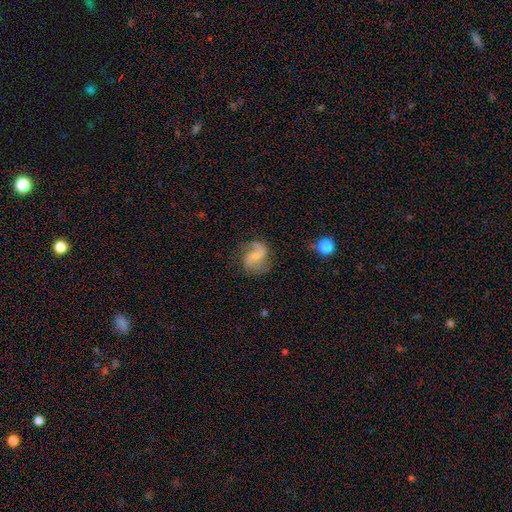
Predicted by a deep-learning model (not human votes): smooth_or_featured: featured or disk (p=0.78) [alt: smooth p=0.15]
disk_edge_on: no (p=0.98) [alt: yes p=0.02]
bar: weak (p=0.51) [alt: no p=0.32]
has_spiral_arms: yes (p=0.95) [alt: no p=0.05]
spiral_winding: medium (p=0.46) [alt: loose p=0.42]
spiral_arm_count: 2 (p=0.86) [alt: 1 p=0.07]
bulge_size: small (p=0.46) [alt: moderate p=0.29]
merging: none (p=0.71) [alt: minor disturbance p=0.18]